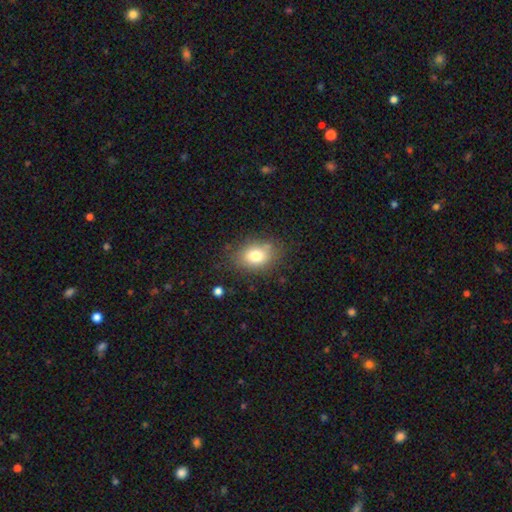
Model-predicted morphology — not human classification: This is likely a smooth galaxy (77%). How rounded: likely in between (68%). Merging: likely none (78%).